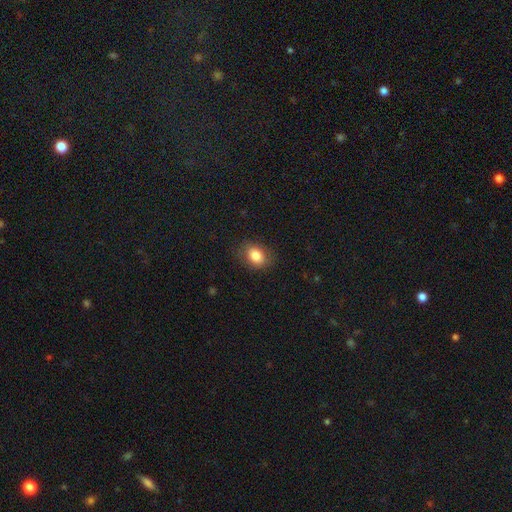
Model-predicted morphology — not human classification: Q: Smooth or featured?
A: smooth (83%); runner-up: star or artifact (9%)
Q: How rounded?
A: in between (68%); runner-up: round (31%)
Q: Merging?
A: none (81%); runner-up: minor disturbance (14%)